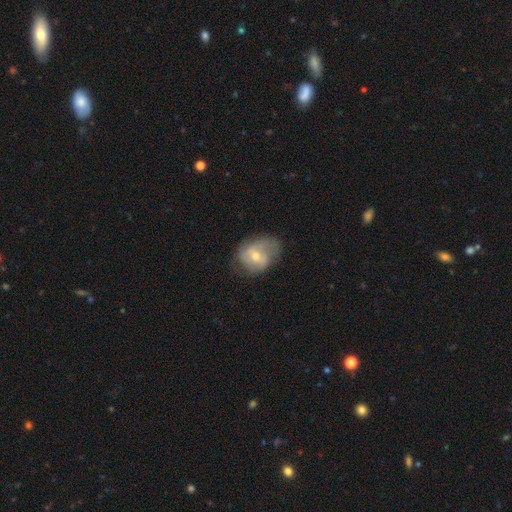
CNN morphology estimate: The model was most divided on "bulge size": moderate: 49%, small: 47%, large: 2%, none: 1%, dominant: 1%. Remaining: edge-on disk — no (96%); spiral arms — yes (76%); smooth or featured — featured or disk (58%); merging — none (56%); bar — no (48%).